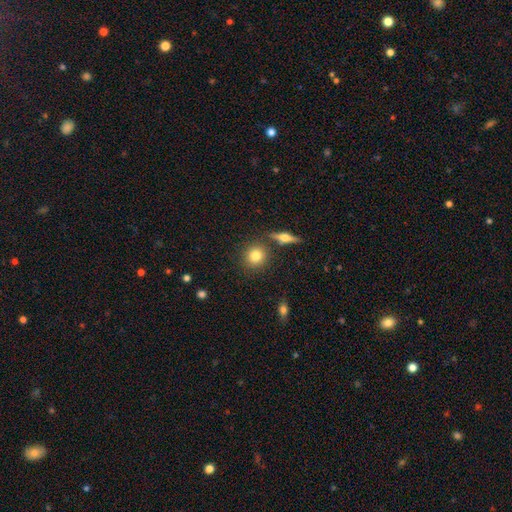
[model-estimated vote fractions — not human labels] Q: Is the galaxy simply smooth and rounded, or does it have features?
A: smooth — 79%.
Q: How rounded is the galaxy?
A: round — 85%.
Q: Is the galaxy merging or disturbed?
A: none — 80%.